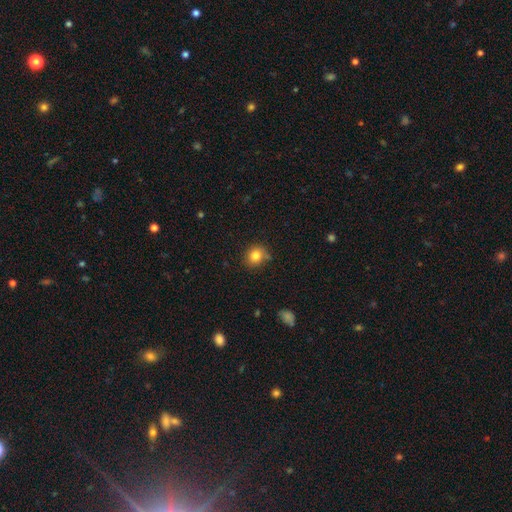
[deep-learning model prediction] This appears to be a smooth galaxy with no disk features (82%) that is round (79%). Merging: none (74%).